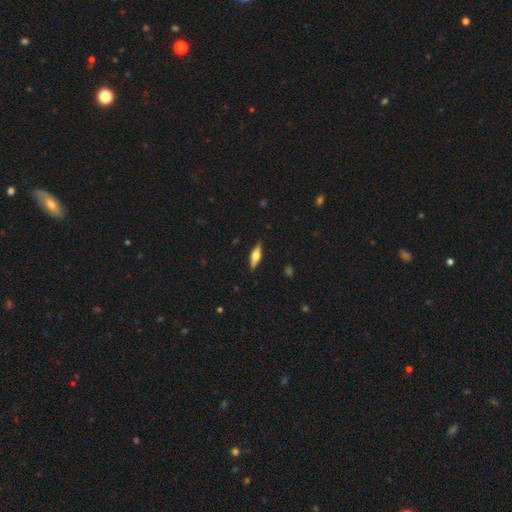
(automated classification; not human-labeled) A featured or disk galaxy (53%) viewed edge-on (94%). Merging: none (88%).